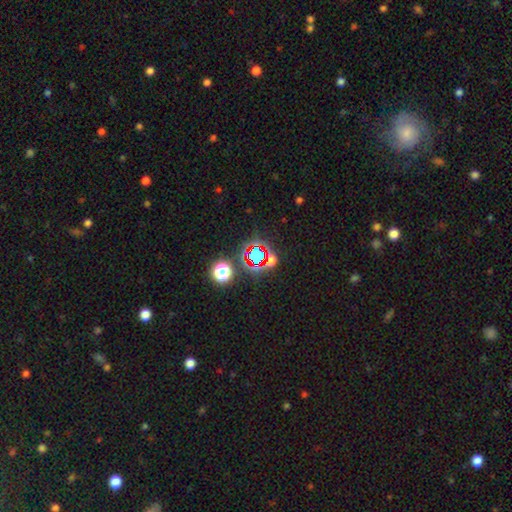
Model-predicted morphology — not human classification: star or artifact 67%, smooth 22%, featured or disk 11%.